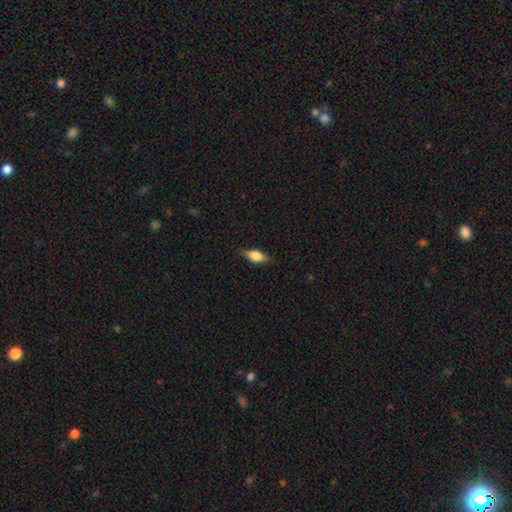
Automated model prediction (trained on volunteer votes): A smooth galaxy with no disk features (65%) that is in between round and cigar-shaped (75%).

Vote fractions:
- Smooth or featured? smooth: 65% / featured or disk: 27% / star or artifact: 8%
- How rounded? in between: 75% / cigar-shaped: 19% / round: 6%
- Merging? none: 81% / minor disturbance: 15% / major disturbance: 3% / merger: 1%